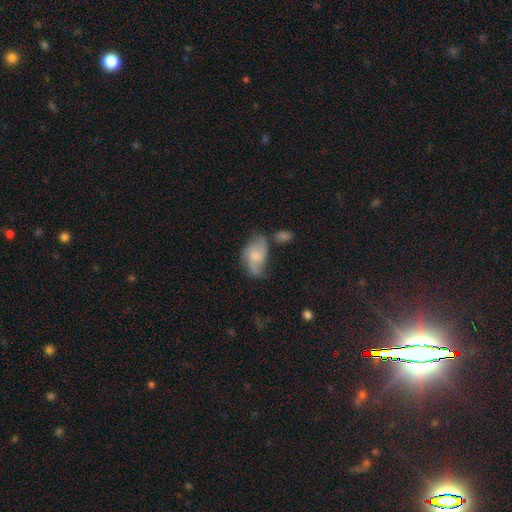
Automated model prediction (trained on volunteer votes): Smooth or featured? Predicted: featured or disk (p=0.49). Merging? Predicted: none (p=0.38).